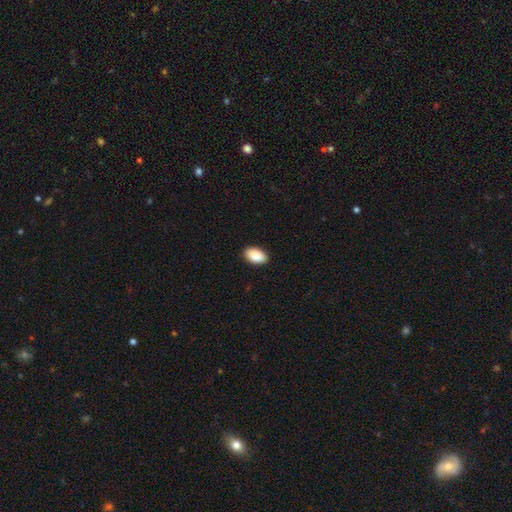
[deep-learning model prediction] smooth-or-featured: smooth: 89% | star or artifact: 6% | featured or disk: 5%
  how-rounded: in between: 94% | round: 4% | cigar-shaped: 1%
  merging: none: 90% | minor disturbance: 7% | major disturbance: 2% | merger: 1%